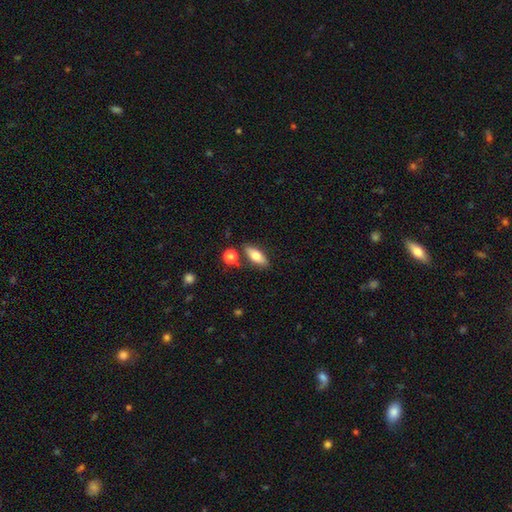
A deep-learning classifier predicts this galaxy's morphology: smooth_or_featured: smooth (p=0.71) [alt: featured or disk p=0.22]
how_rounded: in between (p=0.71) [alt: cigar-shaped p=0.24]
merging: none (p=0.79) [alt: minor disturbance p=0.11]